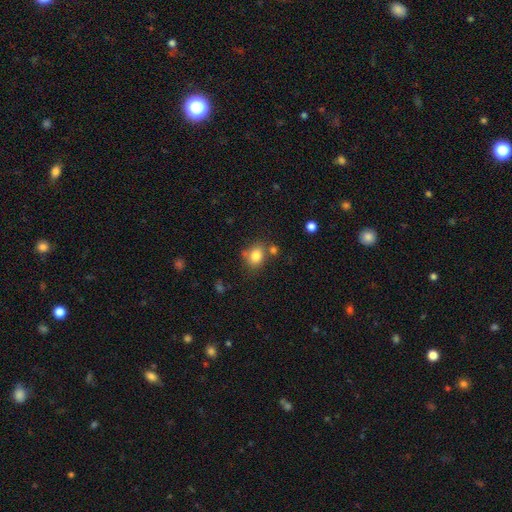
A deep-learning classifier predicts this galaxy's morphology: Smooth or featured: smooth — 81% (star or artifact — 10%)
How rounded: in between — 51% (round — 48%)
Merging: none — 65% (minor disturbance — 16%)